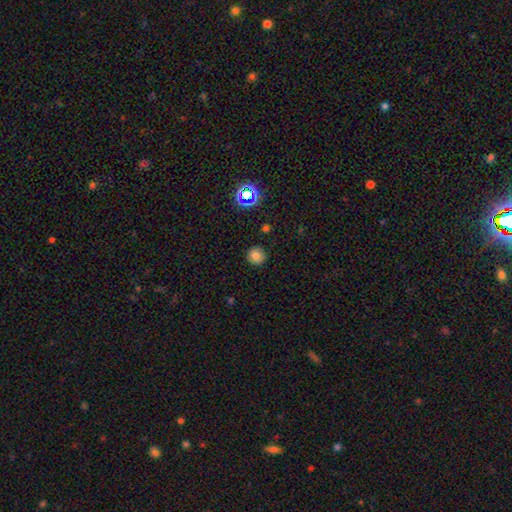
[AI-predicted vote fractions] Smooth or featured? Predicted: smooth (p=0.77). How rounded? Predicted: round (p=0.95). Merging? Predicted: none (p=0.90).